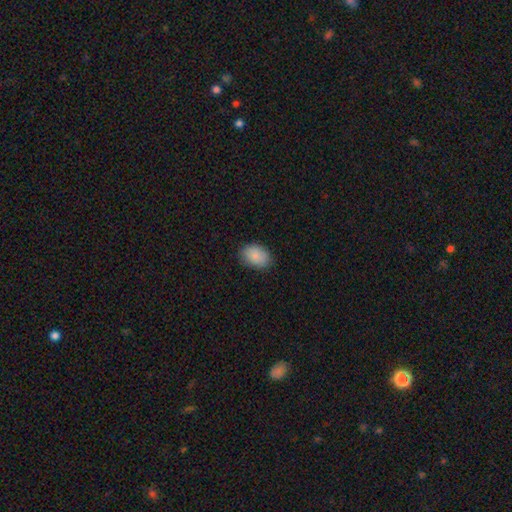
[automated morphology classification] smooth-or-featured: smooth: 88% | star or artifact: 7% | featured or disk: 5%
  how-rounded: in between: 79% | round: 20% | cigar-shaped: 1%
  merging: none: 85% | minor disturbance: 12% | major disturbance: 3% | merger: 1%